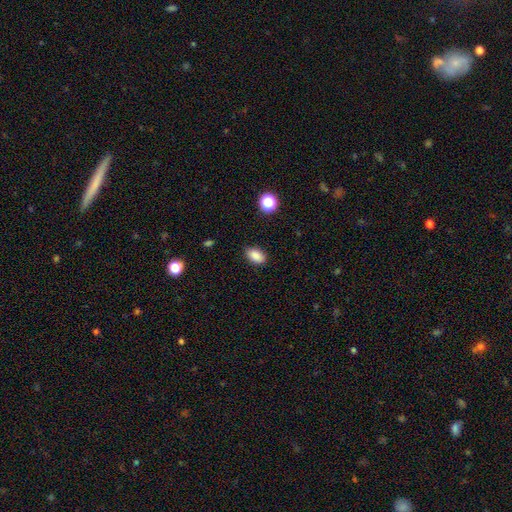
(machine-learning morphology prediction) Smooth or featured: smooth — 87% (star or artifact — 9%)
How rounded: in between — 88% (round — 10%)
Merging: none — 86% (minor disturbance — 11%)